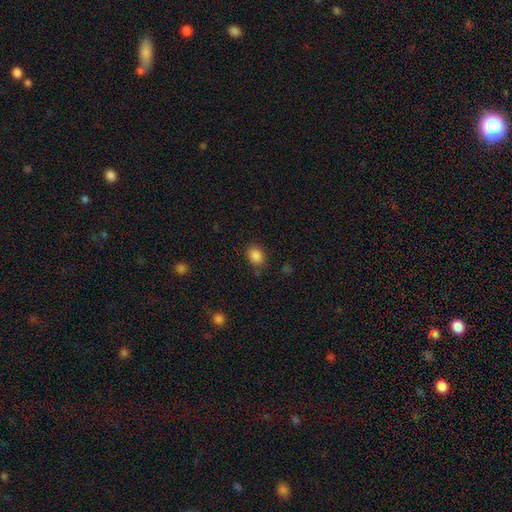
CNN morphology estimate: A smooth galaxy with no disk features (86%) that is in between round and cigar-shaped (62%).

Vote fractions:
- Smooth or featured? smooth: 86% / star or artifact: 10% / featured or disk: 4%
- How rounded? in between: 62% / round: 37% / cigar-shaped: 1%
- Merging? none: 80% / minor disturbance: 14% / major disturbance: 4% / merger: 3%